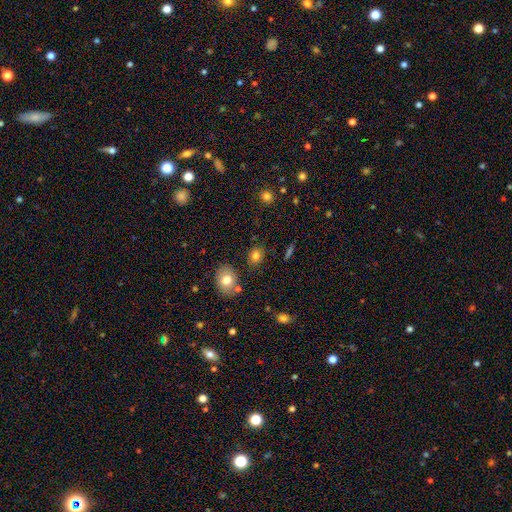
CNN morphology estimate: This is likely a smooth galaxy (80%). How rounded: possibly in between (58%). Merging: clearly none (81%).